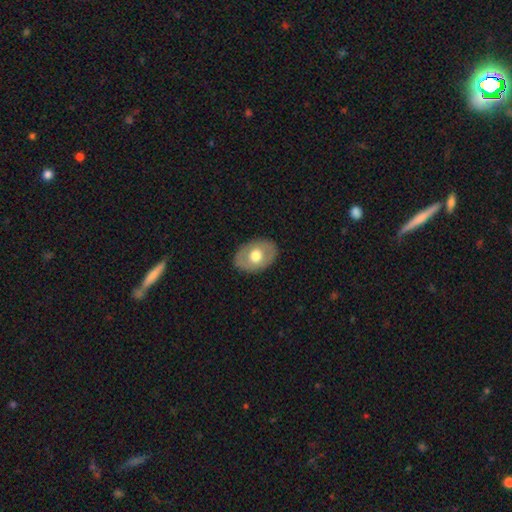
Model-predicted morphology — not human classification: smooth_or_featured: smooth (p=0.59) [alt: featured or disk p=0.36]
how_rounded: in between (p=0.78) [alt: round p=0.21]
merging: none (p=0.86) [alt: minor disturbance p=0.10]